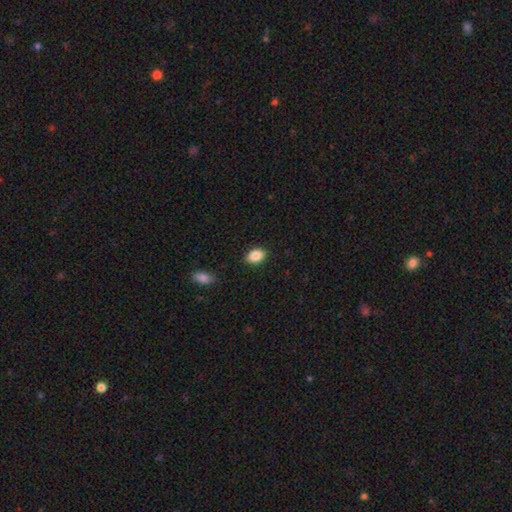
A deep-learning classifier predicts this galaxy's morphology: Smooth or featured?
  - smooth: 88% *
  - star or artifact: 8%
  - featured or disk: 4%
How rounded?
  - in between: 84% *
  - round: 15%
  - cigar-shaped: 1%
Merging?
  - none: 88% *
  - minor disturbance: 9%
  - major disturbance: 2%
  - merger: 1%